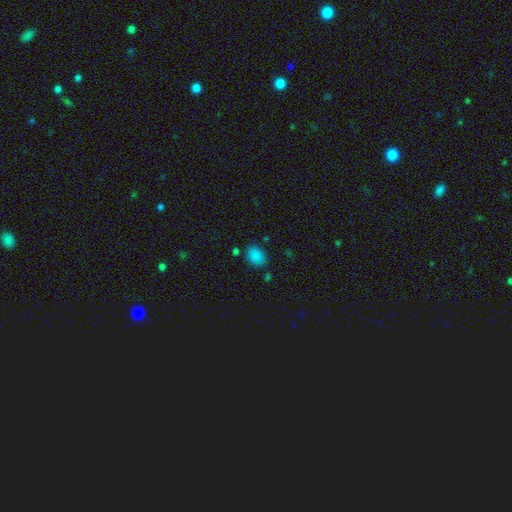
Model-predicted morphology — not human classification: smooth_or_featured: smooth (p=0.85) [alt: star or artifact p=0.12]
how_rounded: in between (p=0.69) [alt: round p=0.30]
merging: none (p=0.79) [alt: minor disturbance p=0.13]